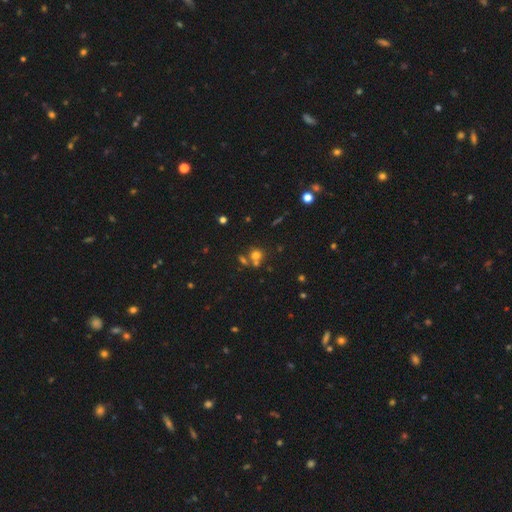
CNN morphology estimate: Overall: smooth (66%). How rounded: round (82%). Merging: none (52%; merger 33%).